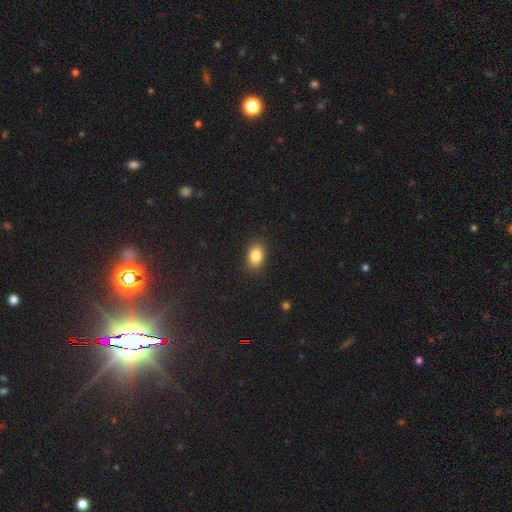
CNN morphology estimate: Smooth or featured?
  - smooth: 85% *
  - star or artifact: 9%
  - featured or disk: 7%
How rounded?
  - in between: 86% *
  - round: 13%
  - cigar-shaped: 2%
Merging?
  - none: 88% *
  - minor disturbance: 8%
  - major disturbance: 2%
  - merger: 1%